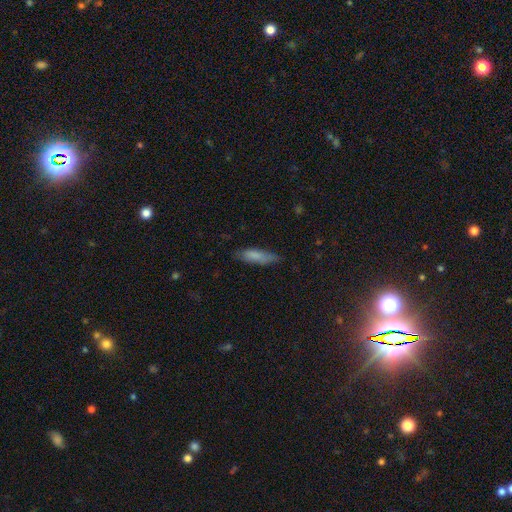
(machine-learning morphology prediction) The model was most divided on "how rounded": cigar-shaped: 65%, in between: 34%, round: 2%. More confident: smooth or featured — smooth (81%); merging — none (73%).